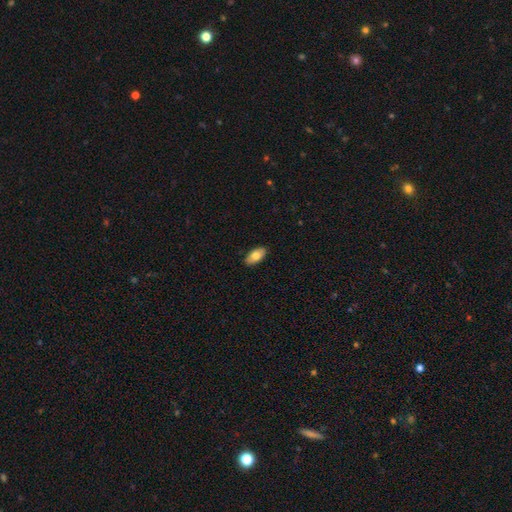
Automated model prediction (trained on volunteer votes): Smooth or featured? smooth (75%)
How rounded? in between (93%)
Merging? none (90%)